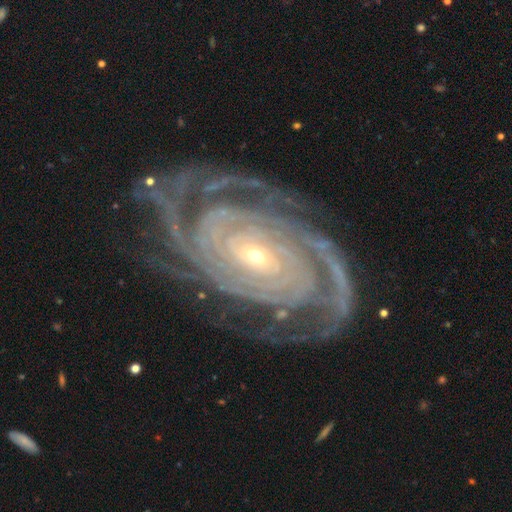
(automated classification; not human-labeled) This is clearly a featured or disk galaxy (92%). It is clearly not viewed edge-on (96%). Bar: possibly no (48%). Spiral arm pattern: clearly yes (99%). Spiral arm count: marginally 4 (21%). Spiral winding: clearly tight (82%). Central bulge: likely small (69%). Merging: likely none (77%).